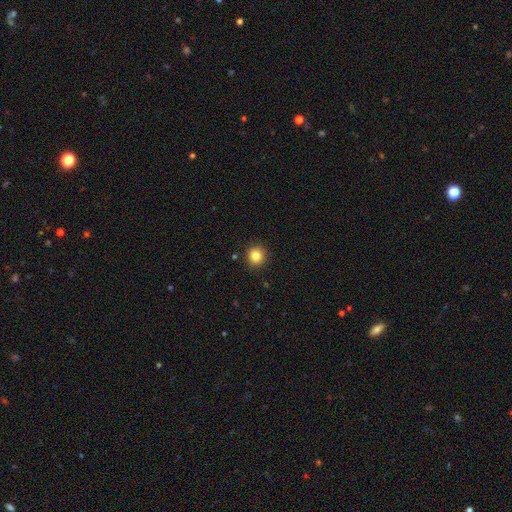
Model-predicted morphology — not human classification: Smooth or featured?
  - smooth: 84% *
  - star or artifact: 11%
  - featured or disk: 5%
How rounded?
  - round: 90% *
  - in between: 9%
  - cigar-shaped: 1%
Merging?
  - none: 91% *
  - minor disturbance: 6%
  - major disturbance: 2%
  - merger: 1%